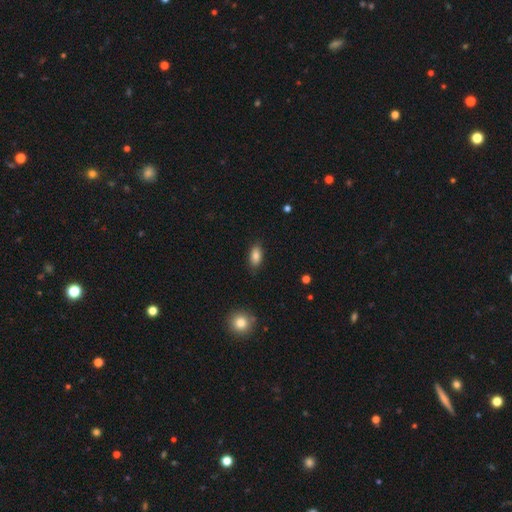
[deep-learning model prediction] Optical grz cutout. It shows a smooth galaxy with no disk features (83%) that is in between round and cigar-shaped (90%). Merging: none (85%).